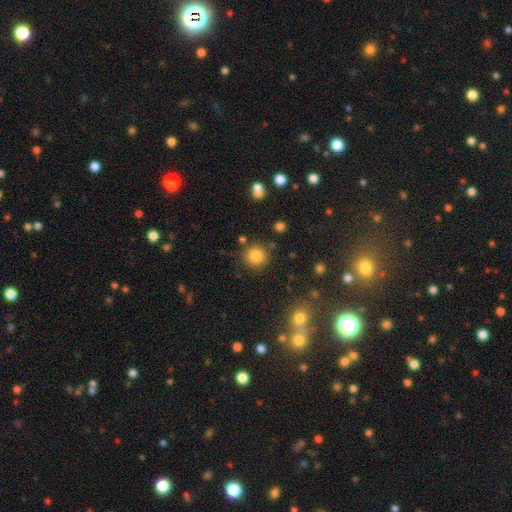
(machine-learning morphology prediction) type=smooth (82%); roundness=round (92%); merging=none (85%).